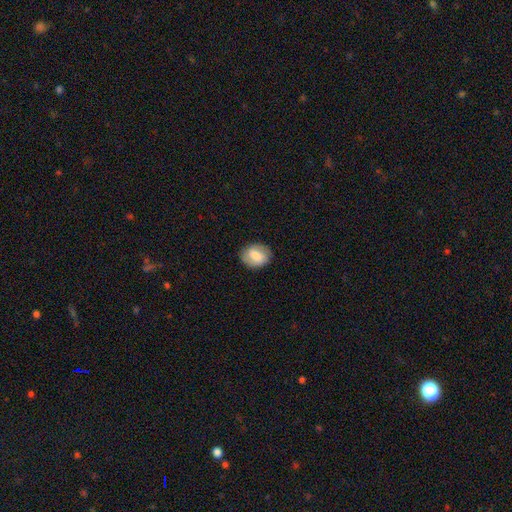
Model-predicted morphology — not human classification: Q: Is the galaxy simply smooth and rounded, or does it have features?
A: smooth — 70%.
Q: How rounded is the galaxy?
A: in between — 55%.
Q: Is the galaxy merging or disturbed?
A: none — 83%.